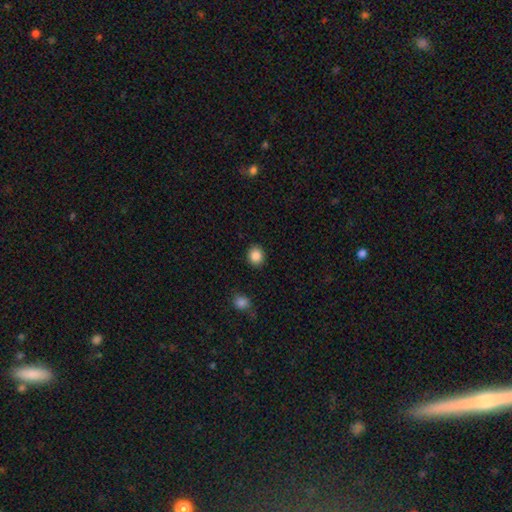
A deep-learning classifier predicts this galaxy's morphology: smooth 87%, star or artifact 9%, featured or disk 4%. Down the decision tree: how rounded — round (74%); merging — none (89%).